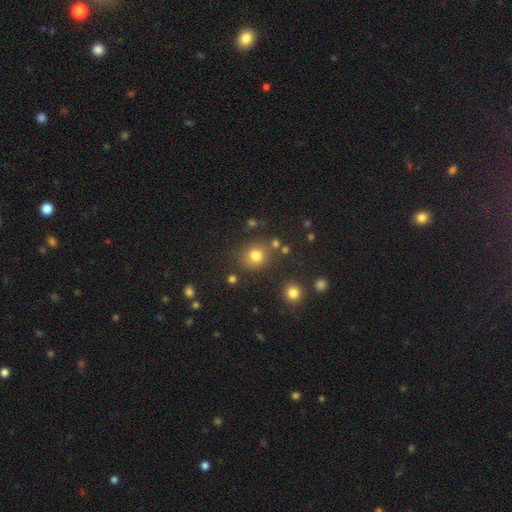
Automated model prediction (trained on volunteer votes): The model was most divided on "smooth or featured": smooth: 79%, star or artifact: 15%, featured or disk: 6%. More confident: how rounded — round (83%); merging — none (78%).